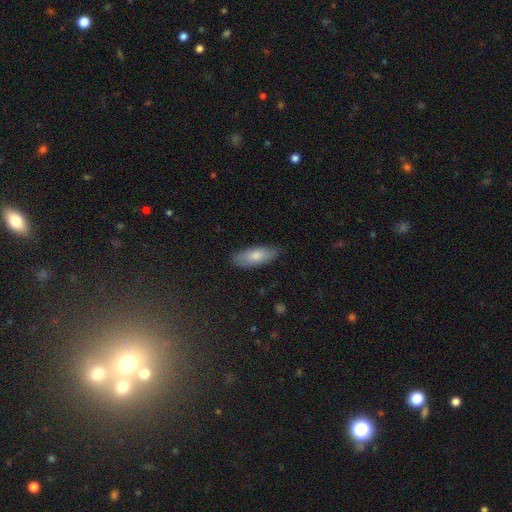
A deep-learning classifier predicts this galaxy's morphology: smooth-or-featured: smooth: 79% | featured or disk: 16% | star or artifact: 6%
  how-rounded: in between: 75% | cigar-shaped: 23% | round: 2%
  merging: none: 80% | minor disturbance: 16% | major disturbance: 3% | merger: 1%